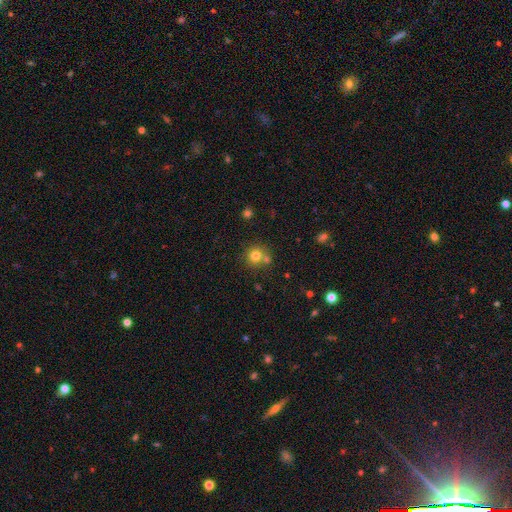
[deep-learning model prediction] smooth-or-featured: smooth: 78% | star or artifact: 14% | featured or disk: 9%
  how-rounded: round: 91% | in between: 8% | cigar-shaped: 1%
  merging: none: 65% | merger: 23% | minor disturbance: 9% | major disturbance: 3%